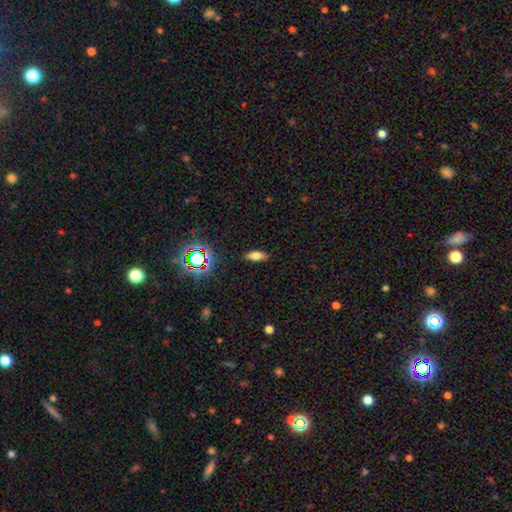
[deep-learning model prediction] Q: Smooth or featured?
A: smooth (71%); runner-up: star or artifact (15%)
Q: How rounded?
A: in between (73%); runner-up: cigar-shaped (23%)
Q: Merging?
A: none (85%); runner-up: minor disturbance (11%)